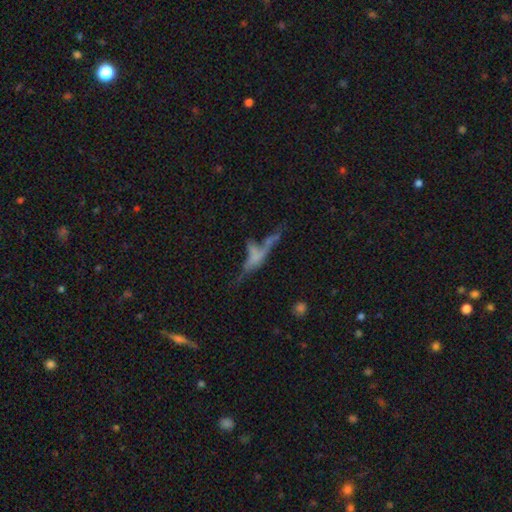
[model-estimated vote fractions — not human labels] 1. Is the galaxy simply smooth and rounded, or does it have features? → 46% featured or disk, 38% smooth, 16% star or artifact.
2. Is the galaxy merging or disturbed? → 35% merger, 32% none, 19% major disturbance, 14% minor disturbance.